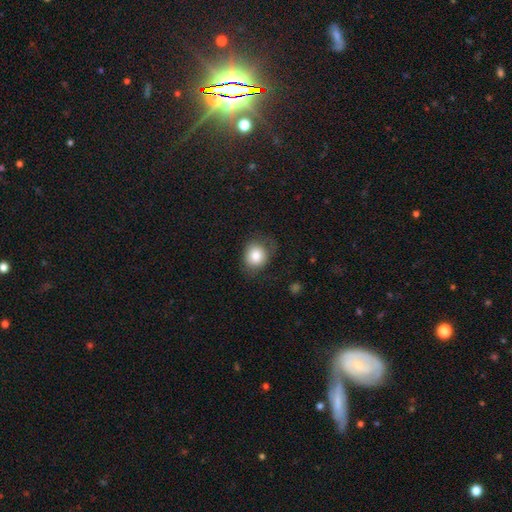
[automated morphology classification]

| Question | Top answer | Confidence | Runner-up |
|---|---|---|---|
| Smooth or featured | smooth | 82% | featured or disk (9%) |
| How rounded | round | 71% | in between (28%) |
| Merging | none | 65% | minor disturbance (23%) |